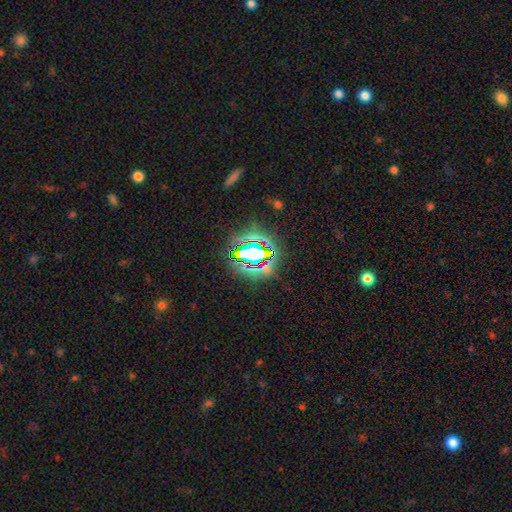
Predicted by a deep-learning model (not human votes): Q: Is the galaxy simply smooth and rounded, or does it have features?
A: star or artifact — 69%.